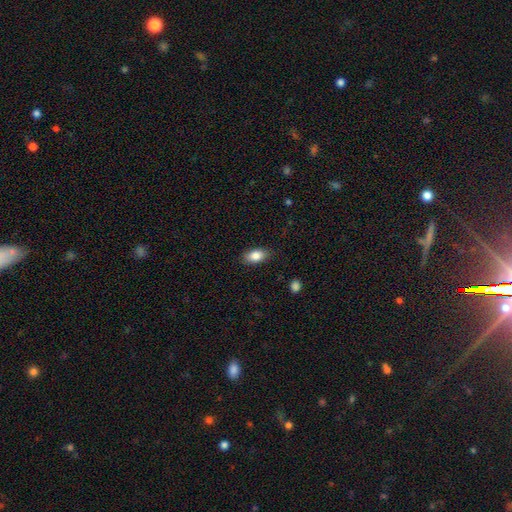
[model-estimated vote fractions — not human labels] A smooth galaxy with no disk features (84%) that is in between round and cigar-shaped (90%).

Vote fractions:
- Smooth or featured? smooth: 84% / featured or disk: 9% / star or artifact: 7%
- How rounded? in between: 90% / round: 6% / cigar-shaped: 4%
- Merging? none: 86% / minor disturbance: 11% / major disturbance: 2% / merger: 1%